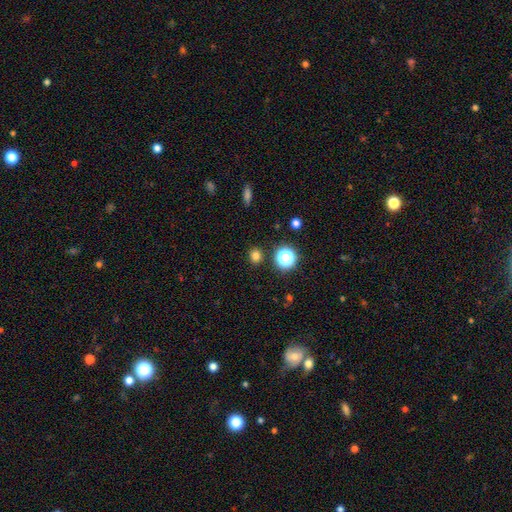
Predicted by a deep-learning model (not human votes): The model was most divided on "smooth or featured": smooth: 78%, star or artifact: 18%, featured or disk: 4%. More confident: merging — none (88%); how rounded — round (80%).